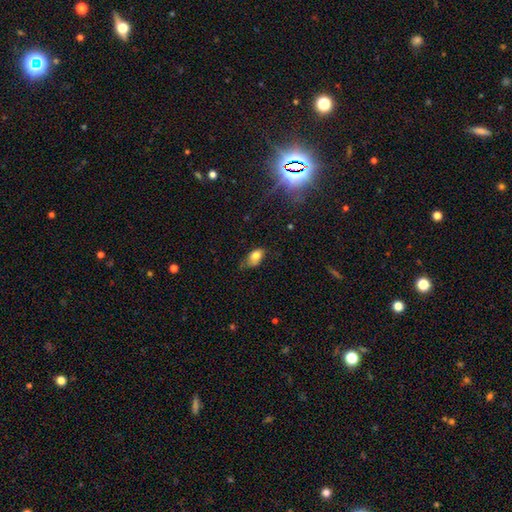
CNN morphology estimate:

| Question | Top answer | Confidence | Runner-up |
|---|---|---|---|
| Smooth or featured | smooth | 76% | featured or disk (15%) |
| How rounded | in between | 88% | round (10%) |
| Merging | none | 45% | minor disturbance (38%) |